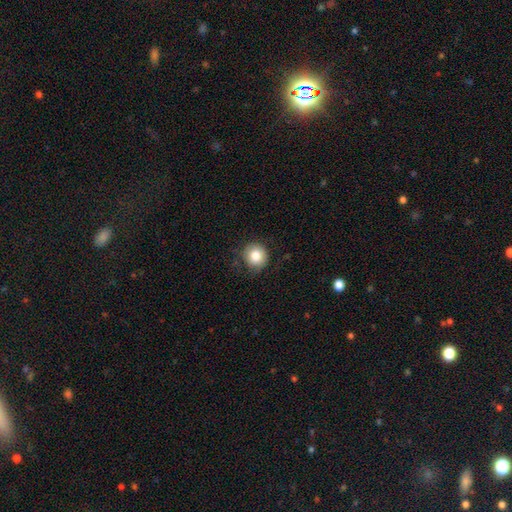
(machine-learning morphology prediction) type=smooth (83%); roundness=round (91%); merging=none (80%).